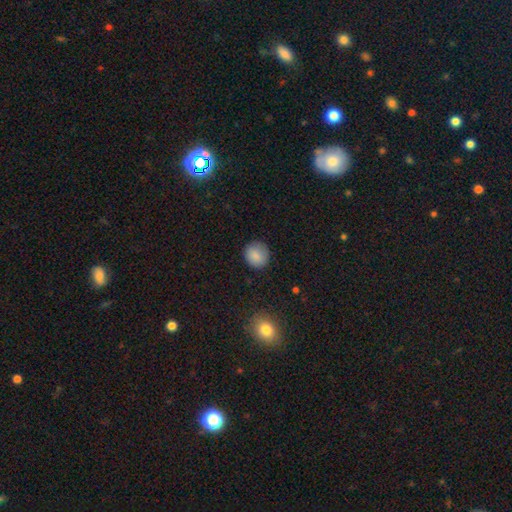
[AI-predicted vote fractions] Smooth or featured? smooth (87%)
How rounded? round (84%)
Merging? none (86%)